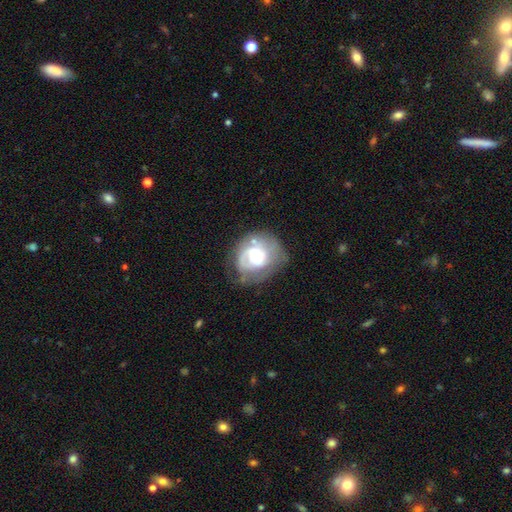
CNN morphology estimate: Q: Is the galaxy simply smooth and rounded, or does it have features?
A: featured or disk — 66%.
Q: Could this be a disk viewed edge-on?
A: no — 97%.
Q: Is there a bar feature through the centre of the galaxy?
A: no — 65%.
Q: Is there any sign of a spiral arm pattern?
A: yes — 72%.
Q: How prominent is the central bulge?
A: moderate — 66%.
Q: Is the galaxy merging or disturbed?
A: none — 52%.